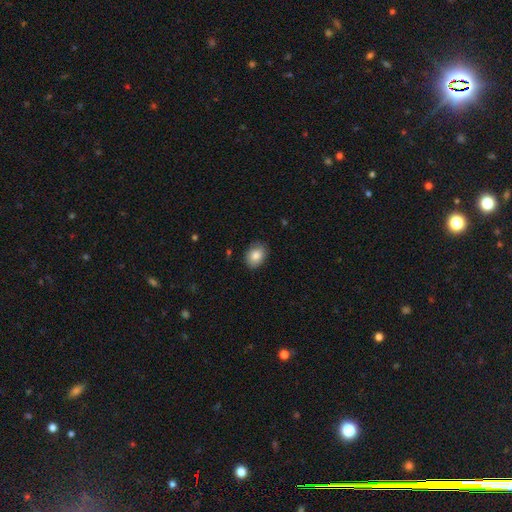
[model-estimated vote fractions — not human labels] smooth 83%, featured or disk 9%, star or artifact 8%. Down the decision tree: how rounded — in between (69%); merging — none (85%).